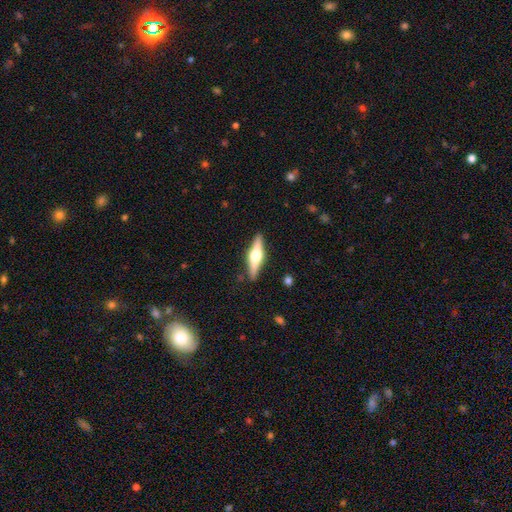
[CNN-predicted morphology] Smooth or featured: featured or disk — 68% (smooth — 27%)
Edge-on disk: yes — 97% (no — 3%)
Edge-on bulge: rounded — 95% (boxy — 4%)
Merging: none — 89% (minor disturbance — 8%)